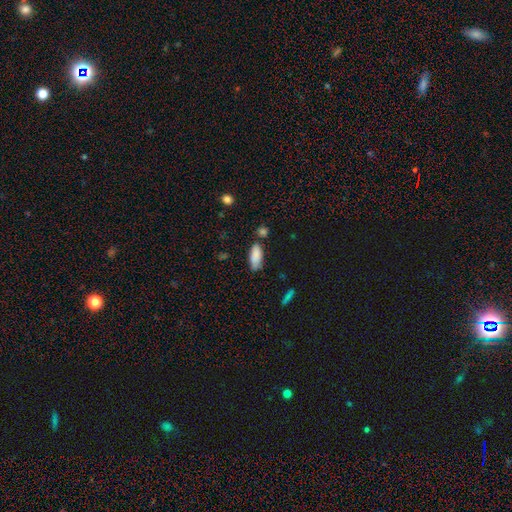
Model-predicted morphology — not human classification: smooth-or-featured: smooth: 86% | star or artifact: 7% | featured or disk: 7%
  how-rounded: in between: 79% | cigar-shaped: 20% | round: 2%
  merging: none: 65% | minor disturbance: 21% | merger: 9% | major disturbance: 5%